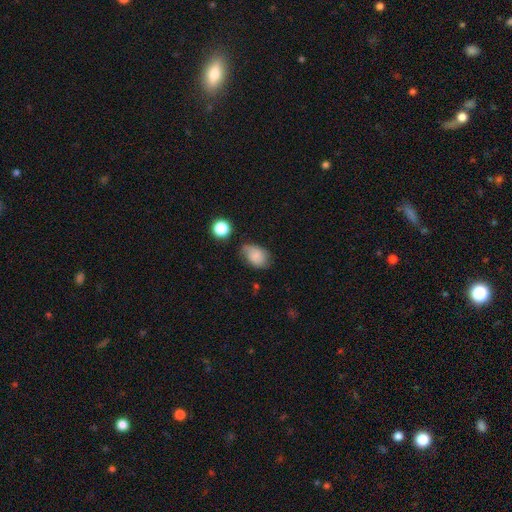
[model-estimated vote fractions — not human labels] Smooth or featured: smooth — 72% (featured or disk — 17%)
How rounded: in between — 79% (round — 20%)
Merging: none — 51% (minor disturbance — 34%)